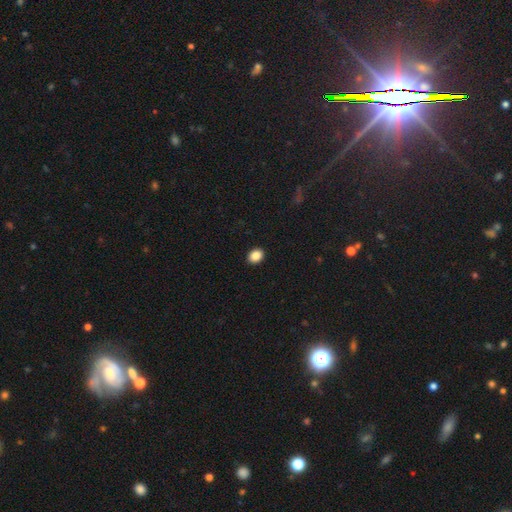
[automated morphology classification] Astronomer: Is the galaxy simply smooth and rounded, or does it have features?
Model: smooth — 88%.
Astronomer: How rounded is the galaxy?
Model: in between — 50% (runner-up: round, 49%).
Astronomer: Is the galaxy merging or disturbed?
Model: none — 92%.